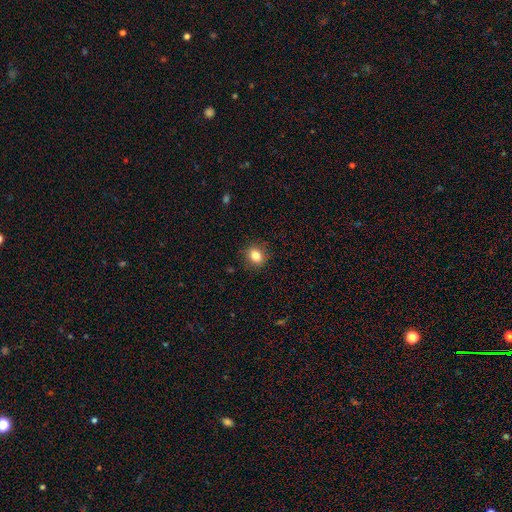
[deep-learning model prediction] Q: Smooth or featured?
A: smooth (83%); runner-up: star or artifact (10%)
Q: How rounded?
A: round (59%); runner-up: in between (40%)
Q: Merging?
A: none (87%); runner-up: minor disturbance (9%)